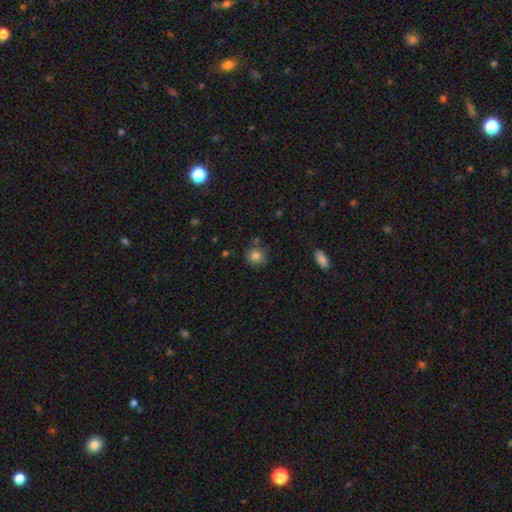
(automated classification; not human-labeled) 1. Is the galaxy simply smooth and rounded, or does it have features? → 82% smooth, 11% star or artifact, 7% featured or disk.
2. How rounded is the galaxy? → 91% round, 8% in between, 1% cigar-shaped.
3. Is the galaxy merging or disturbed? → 79% none, 12% minor disturbance, 5% merger, 3% major disturbance.